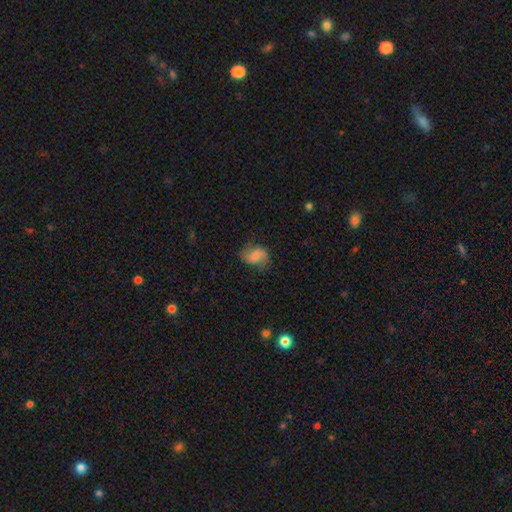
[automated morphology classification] smooth 52%, featured or disk 40%, star or artifact 8%. Down the decision tree: how rounded — in between (61%); merging — none (67%).